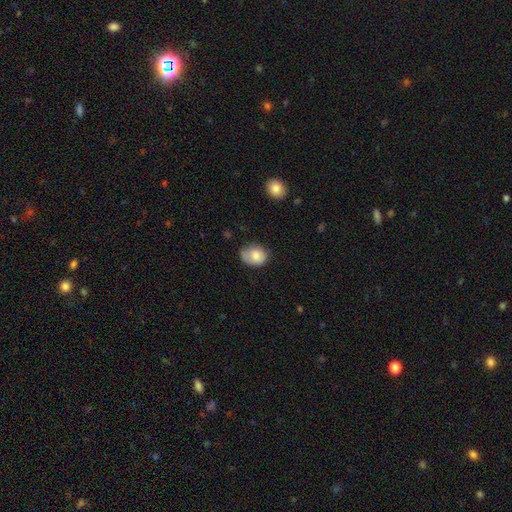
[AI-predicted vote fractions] The model was most divided on "how rounded": in between: 52%, round: 47%, cigar-shaped: 1%. More confident: smooth or featured — smooth (79%); merging — none (52%).